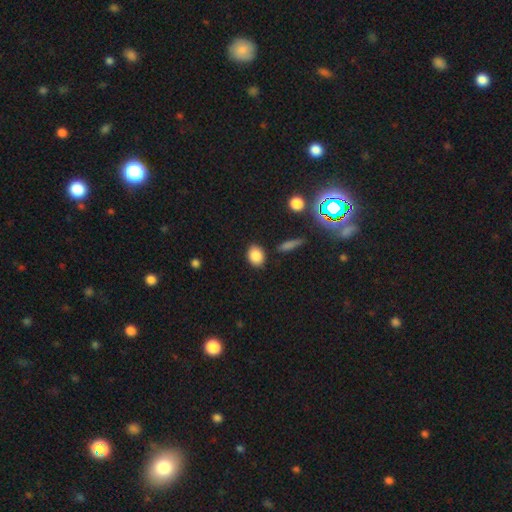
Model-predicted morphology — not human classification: Smooth or featured? Predicted: smooth (p=0.85). How rounded? Predicted: in between (p=0.57). Merging? Predicted: none (p=0.84).